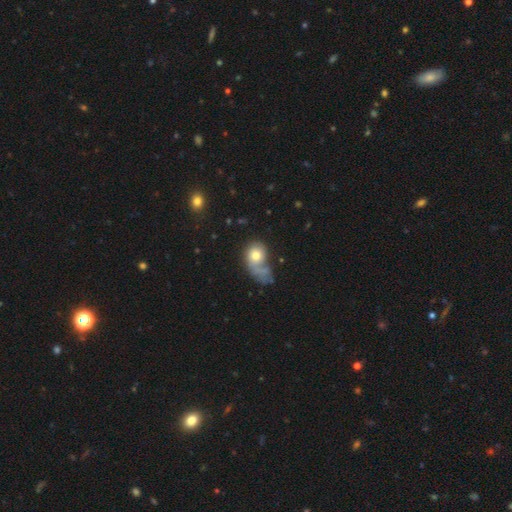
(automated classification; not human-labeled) Smooth or featured: smooth — 66% (featured or disk — 26%)
How rounded: in between — 53% (round — 45%)
Merging: major disturbance — 36% (merger — 27%)